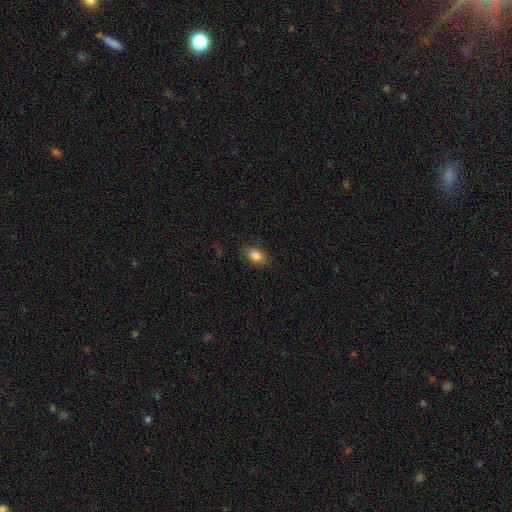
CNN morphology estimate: Overall: smooth (85%). How rounded: in between (84%). Merging: none (84%).